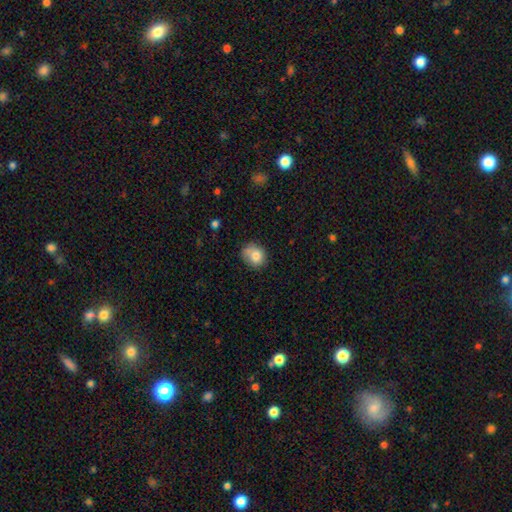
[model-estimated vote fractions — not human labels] Smooth or featured? smooth (78%)
How rounded? round (68%)
Merging? none (59%)